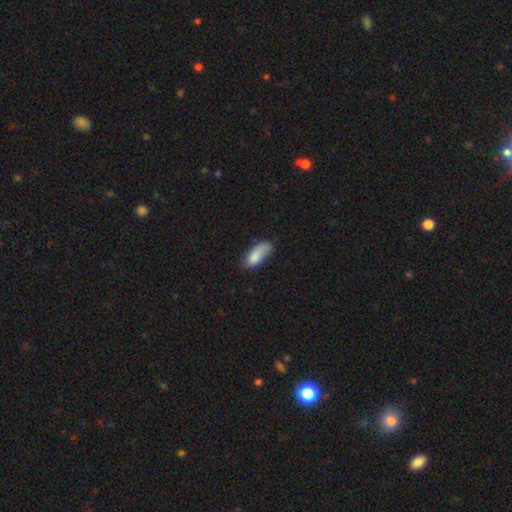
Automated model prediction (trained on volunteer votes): Smooth or featured?
  - smooth: 82% *
  - featured or disk: 10%
  - star or artifact: 7%
How rounded?
  - in between: 83% *
  - cigar-shaped: 15%
  - round: 2%
Merging?
  - none: 51% *
  - minor disturbance: 33%
  - major disturbance: 12%
  - merger: 4%